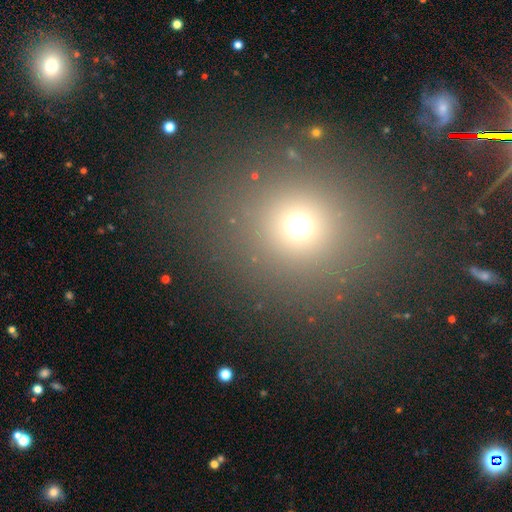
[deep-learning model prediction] smooth 58%, star or artifact 33%, featured or disk 9%. Down the decision tree: how rounded — round (89%); merging — none (84%).